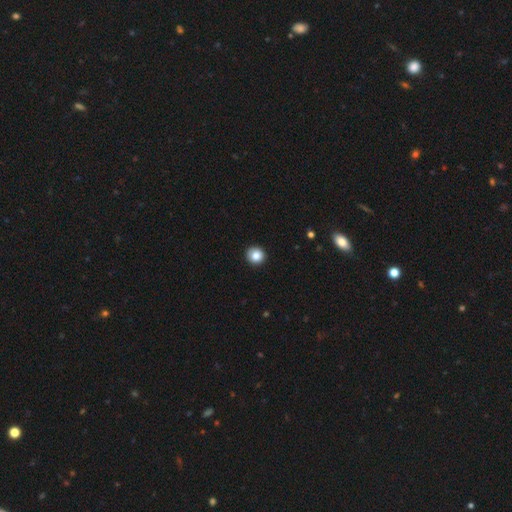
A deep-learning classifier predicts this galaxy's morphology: type=smooth (84%); roundness=round (93%); merging=none (92%).